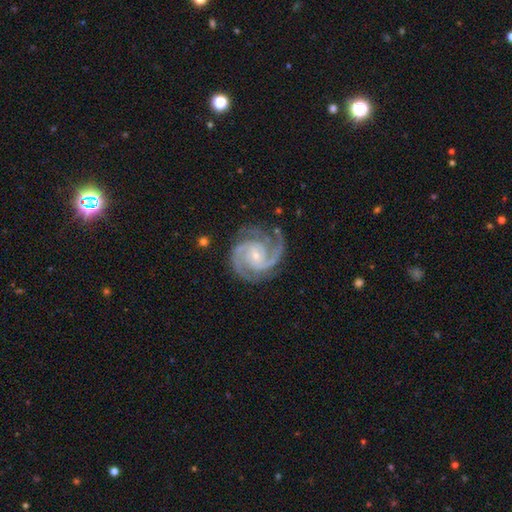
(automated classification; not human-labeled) Smooth or featured?
  - featured or disk: 93% *
  - star or artifact: 4%
  - smooth: 3%
Edge-on disk?
  - no: 98% *
  - yes: 2%
Bar?
  - no: 57% *
  - weak: 33%
  - strong: 10%
Spiral arms?
  - yes: 99% *
  - no: 1%
Spiral winding?
  - tight: 49% *
  - medium: 45%
  - loose: 5%
Spiral arm count?
  - 2: 57% *
  - 3: 28%
  - can't tell: 5%
  - 4: 4%
  - 1: 3%
  - more than 4: 3%
Bulge size?
  - small: 74% *
  - moderate: 22%
  - none: 2%
  - large: 1%
  - dominant: 1%
Merging?
  - none: 77% *
  - minor disturbance: 16%
  - major disturbance: 6%
  - merger: 2%